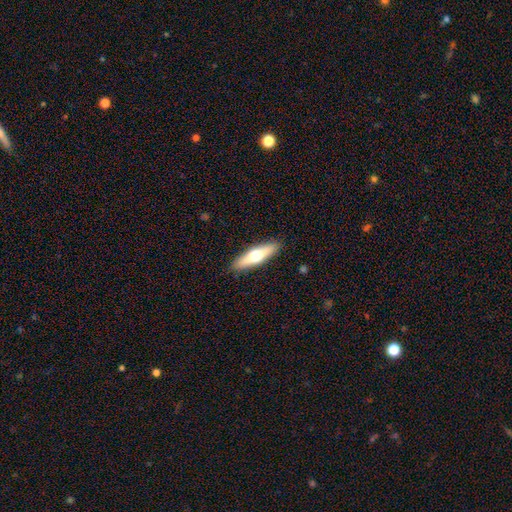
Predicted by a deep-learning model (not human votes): Overall: smooth (51%; featured or disk 44%). How rounded: cigar-shaped (66%; in between 32%). Merging: none (90%).